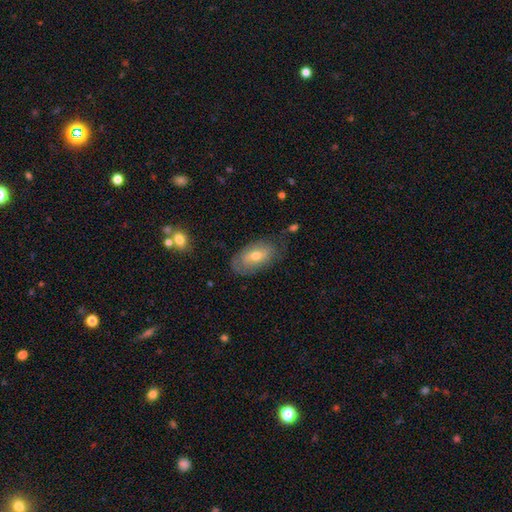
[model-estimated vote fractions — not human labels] A smooth galaxy with no disk features (54%) that is in between round and cigar-shaped (91%).

Vote fractions:
- Smooth or featured? smooth: 54% / featured or disk: 39% / star or artifact: 8%
- How rounded? in between: 91% / round: 5% / cigar-shaped: 4%
- Merging? none: 68% / minor disturbance: 23% / major disturbance: 7% / merger: 2%